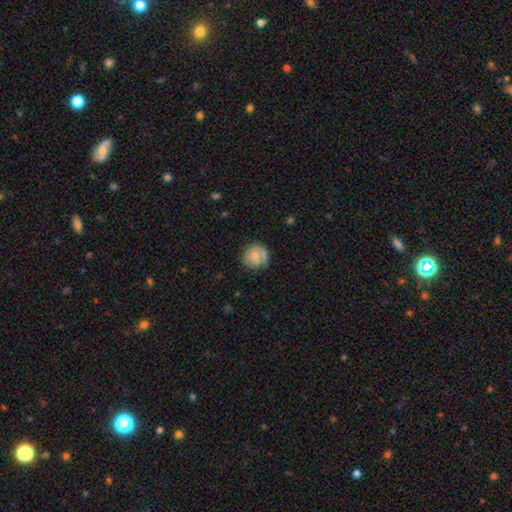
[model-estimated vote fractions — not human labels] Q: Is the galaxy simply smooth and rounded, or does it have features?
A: smooth — 55%.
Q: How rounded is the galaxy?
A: round — 88%.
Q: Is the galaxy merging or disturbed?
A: none — 69%.